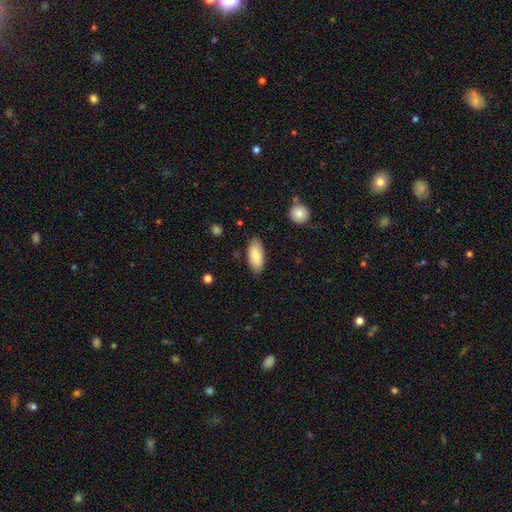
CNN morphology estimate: Q: Smooth or featured?
A: smooth (82%); runner-up: featured or disk (12%)
Q: How rounded?
A: in between (87%); runner-up: cigar-shaped (11%)
Q: Merging?
A: none (84%); runner-up: minor disturbance (12%)